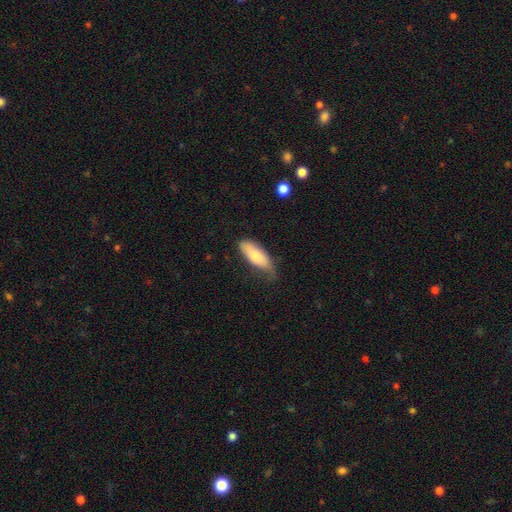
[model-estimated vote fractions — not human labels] smooth 78%, featured or disk 17%, star or artifact 6%. Down the decision tree: how rounded — in between (75%); merging — none (42%, tied with minor disturbance).